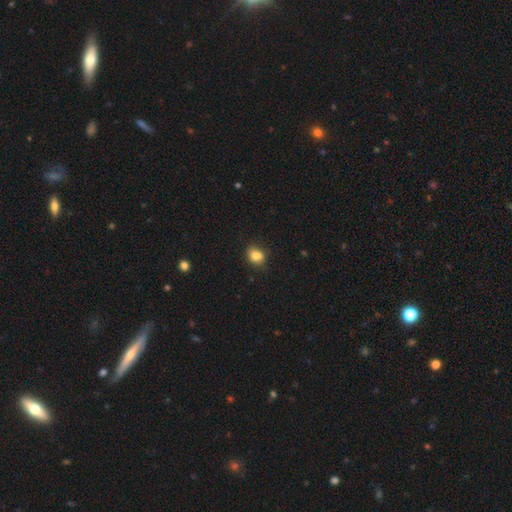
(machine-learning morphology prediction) A smooth galaxy with no disk features (83%) that is round (59%). Merging: none (79%).